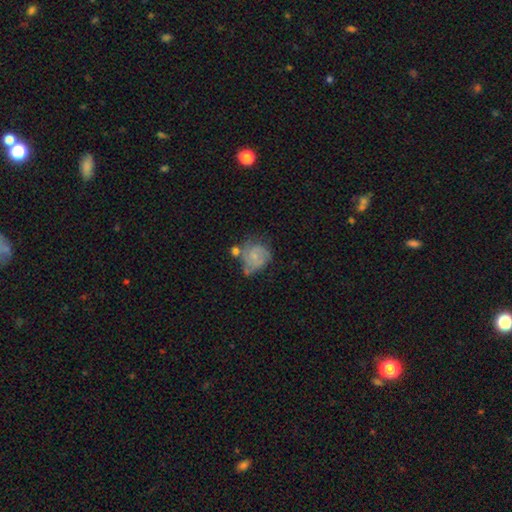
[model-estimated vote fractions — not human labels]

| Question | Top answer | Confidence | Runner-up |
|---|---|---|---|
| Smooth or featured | featured or disk | 62% | smooth (30%) |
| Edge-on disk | no | 98% | yes (2%) |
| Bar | no | 73% | weak (24%) |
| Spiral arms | yes | 84% | no (16%) |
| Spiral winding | tight | 49% | medium (37%) |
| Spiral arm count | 2 | 31% | tied: can't tell (31%) |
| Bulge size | small | 66% | moderate (18%) |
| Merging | none | 40% | minor disturbance (27%) |